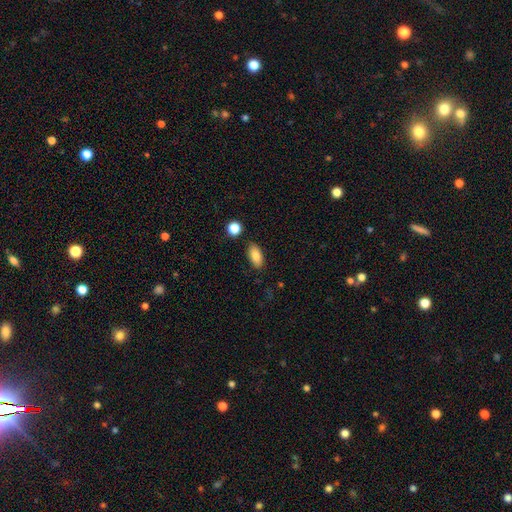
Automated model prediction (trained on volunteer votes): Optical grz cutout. It shows a smooth galaxy with no disk features (85%) that is in between round and cigar-shaped (90%). Merging: none (85%).